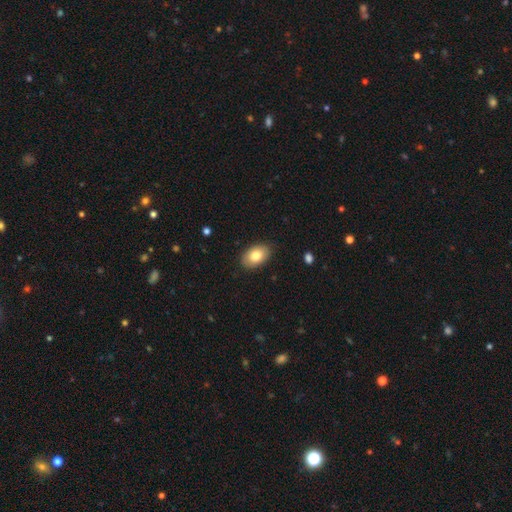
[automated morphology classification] Smooth or featured: smooth — 81% (featured or disk — 12%)
How rounded: in between — 91% (round — 8%)
Merging: none — 87% (minor disturbance — 10%)